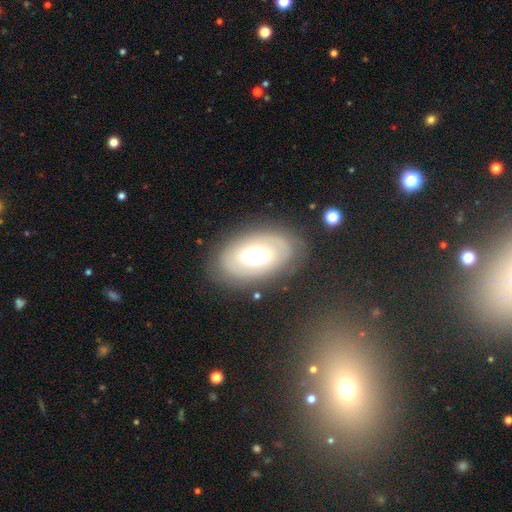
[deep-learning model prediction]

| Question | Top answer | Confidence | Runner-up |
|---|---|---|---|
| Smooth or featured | featured or disk | 57% | smooth (35%) |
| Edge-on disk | no | 93% | yes (7%) |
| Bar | no | 68% | weak (23%) |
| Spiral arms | yes | 56% | no (44%) |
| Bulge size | moderate | 61% | small (26%) |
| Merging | none | 78% | minor disturbance (14%) |